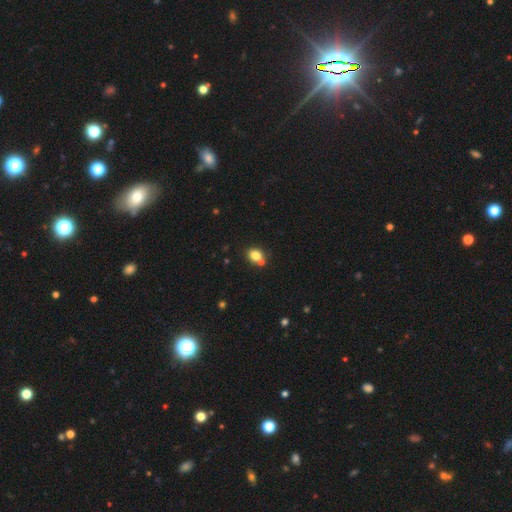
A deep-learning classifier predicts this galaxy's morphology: Q: Smooth or featured?
A: smooth (81%); runner-up: star or artifact (11%)
Q: How rounded?
A: round (59%); runner-up: in between (40%)
Q: Merging?
A: none (60%); runner-up: merger (25%)